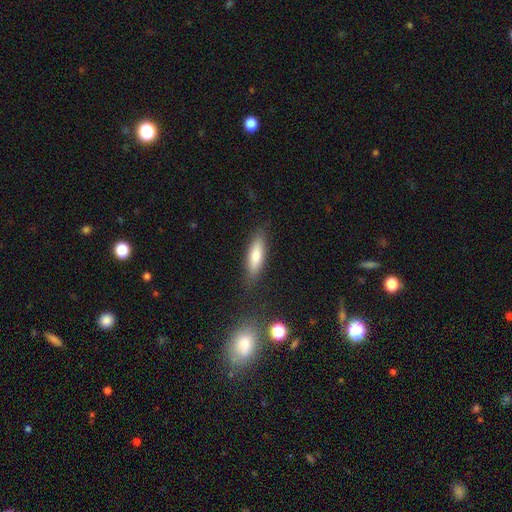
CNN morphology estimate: The model was most divided on "how rounded": cigar-shaped: 62%, in between: 36%, round: 2%. More confident: merging — none (82%); smooth or featured — smooth (73%).